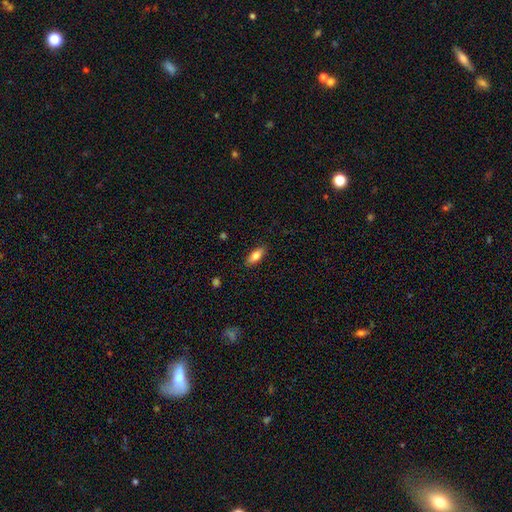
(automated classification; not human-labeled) Overall: smooth (79%). How rounded: in between (80%). Merging: none (88%).